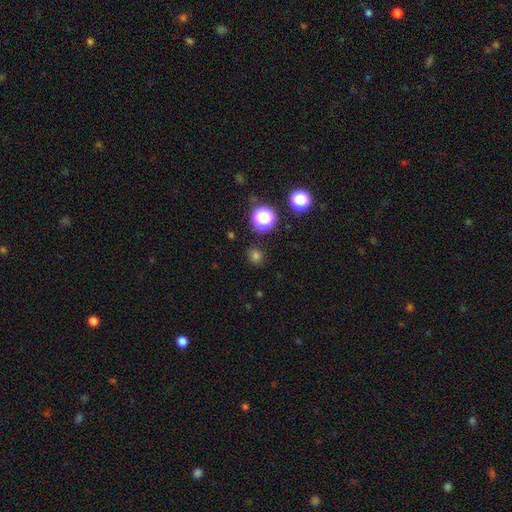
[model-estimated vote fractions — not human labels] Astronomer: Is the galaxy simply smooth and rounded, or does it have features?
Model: smooth — 73%.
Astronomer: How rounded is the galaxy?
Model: round — 86%.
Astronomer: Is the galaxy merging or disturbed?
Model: none — 87%.